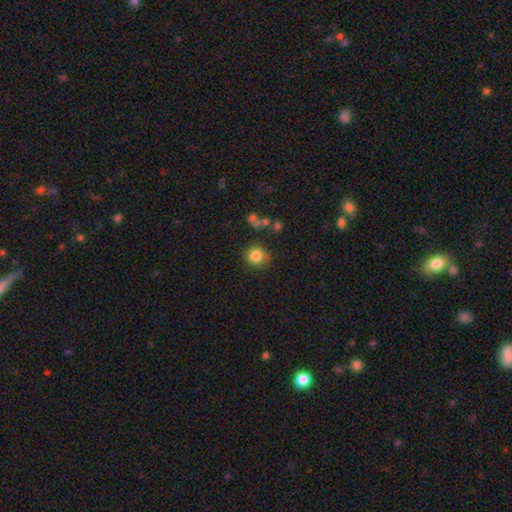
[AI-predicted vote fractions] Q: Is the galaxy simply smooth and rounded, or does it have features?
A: smooth — 83%.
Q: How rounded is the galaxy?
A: round — 90%.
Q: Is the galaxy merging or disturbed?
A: none — 78%.